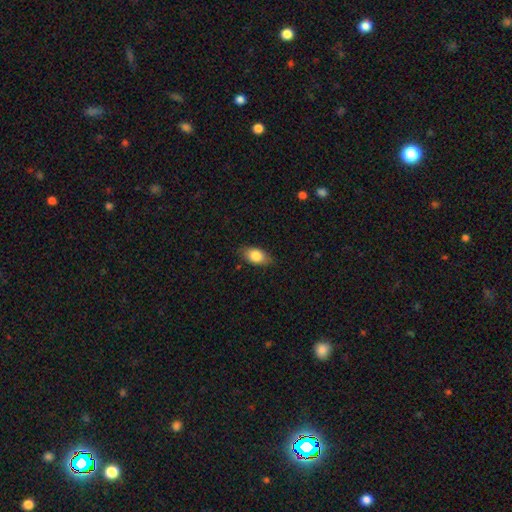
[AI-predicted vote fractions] Smooth or featured: smooth — 82% (featured or disk — 11%)
How rounded: in between — 89% (round — 7%)
Merging: none — 80% (minor disturbance — 16%)